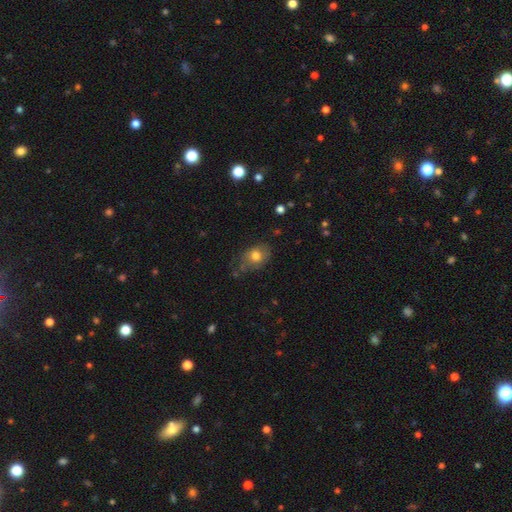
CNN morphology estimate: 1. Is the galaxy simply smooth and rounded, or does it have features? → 73% smooth, 18% featured or disk, 9% star or artifact.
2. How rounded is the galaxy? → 66% in between, 33% round, 1% cigar-shaped.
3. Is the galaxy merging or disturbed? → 57% none, 30% minor disturbance, 10% major disturbance, 3% merger.